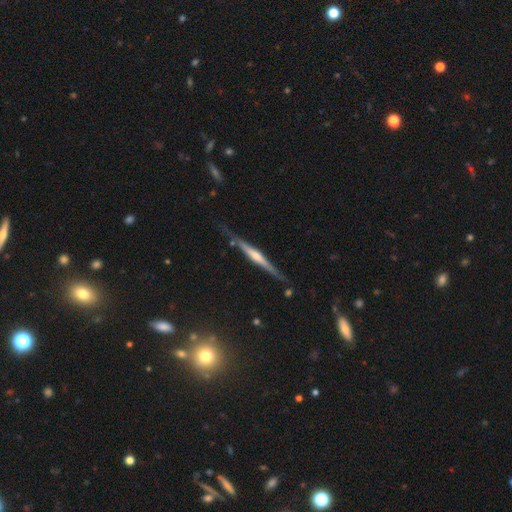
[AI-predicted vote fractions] Smooth or featured? featured or disk (77%)
Edge-on disk? yes (97%)
Edge-on bulge? rounded (69%)
Merging? none (80%)